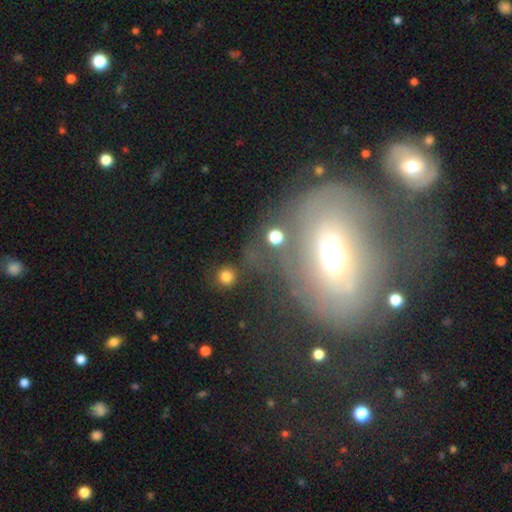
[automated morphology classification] Smooth or featured? Predicted: featured or disk (p=0.43). Merging? Predicted: none (p=0.54).